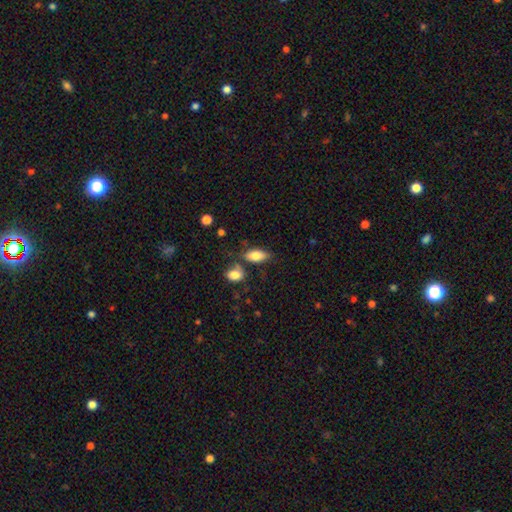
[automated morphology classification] Q: Smooth or featured?
A: smooth (79%); runner-up: featured or disk (13%)
Q: How rounded?
A: in between (88%); runner-up: cigar-shaped (8%)
Q: Merging?
A: none (65%); runner-up: minor disturbance (17%)